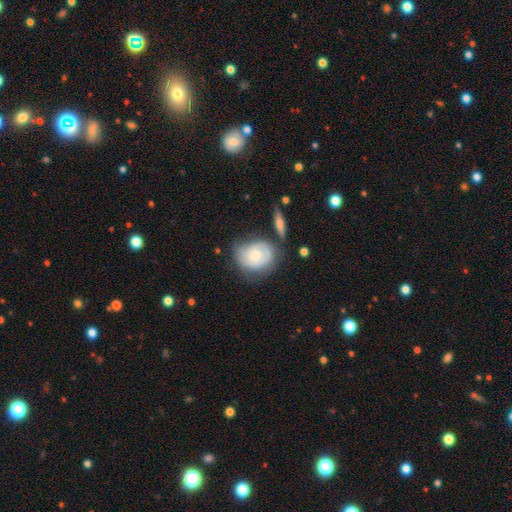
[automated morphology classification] Smooth or featured? Predicted: smooth (p=0.48). Merging? Predicted: none (p=0.55).